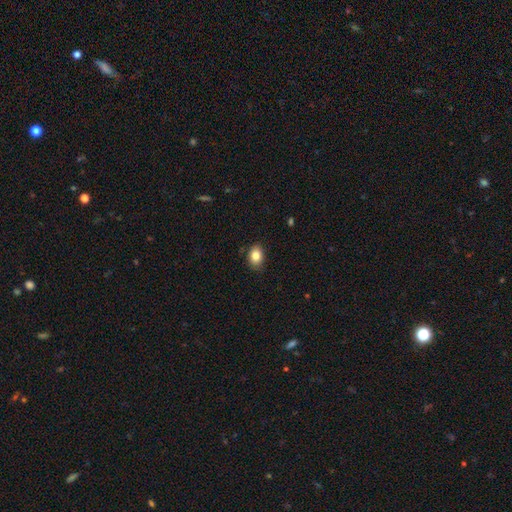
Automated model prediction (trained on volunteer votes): smooth 84%, star or artifact 9%, featured or disk 7%. Down the decision tree: how rounded — in between (74%); merging — none (84%).